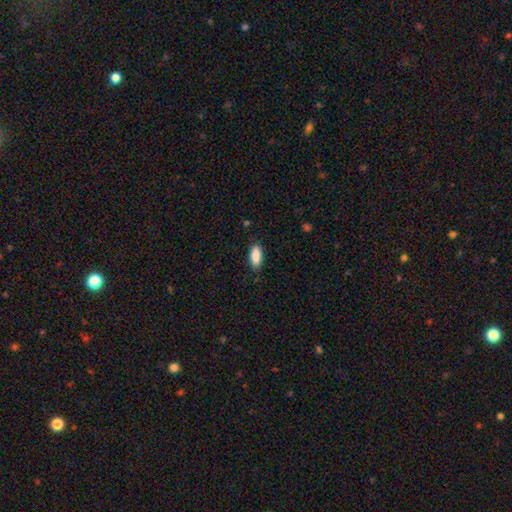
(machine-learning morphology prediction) This appears to be a smooth galaxy with no disk features (88%) that is in between round and cigar-shaped (84%). Merging: none (83%).